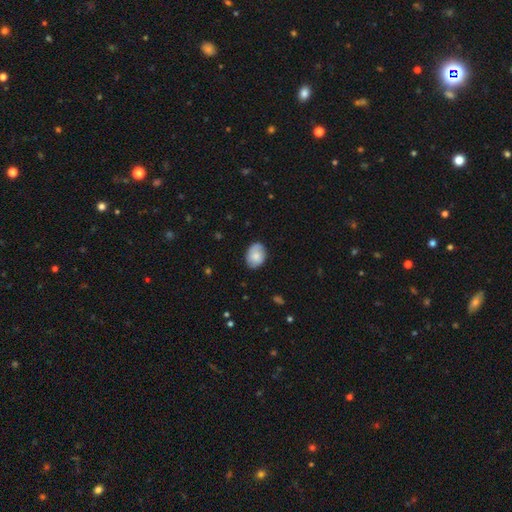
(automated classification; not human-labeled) This is likely a smooth galaxy (75%). How rounded: likely in between (74%). Merging: likely none (79%).